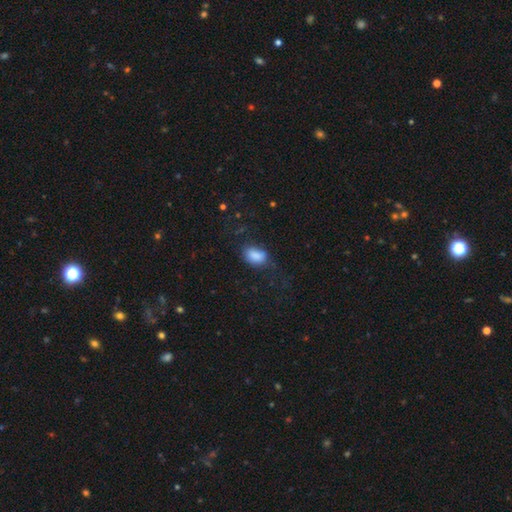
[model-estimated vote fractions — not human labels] A smooth galaxy with no disk features (83%) that is in between round and cigar-shaped (85%). Merging: none (57%).